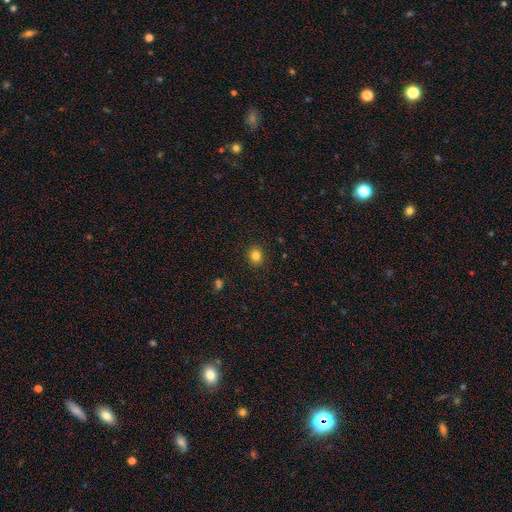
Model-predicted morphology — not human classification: Smooth or featured? smooth (82%)
How rounded? round (83%)
Merging? none (91%)